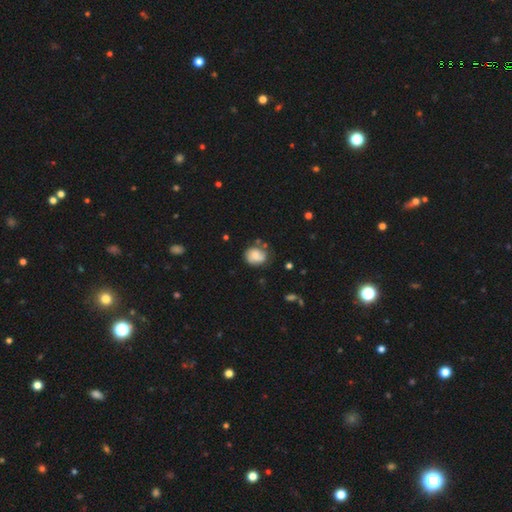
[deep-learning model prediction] This appears to be a smooth galaxy with no disk features (59%) that is round (67%). Merging: none (64%).